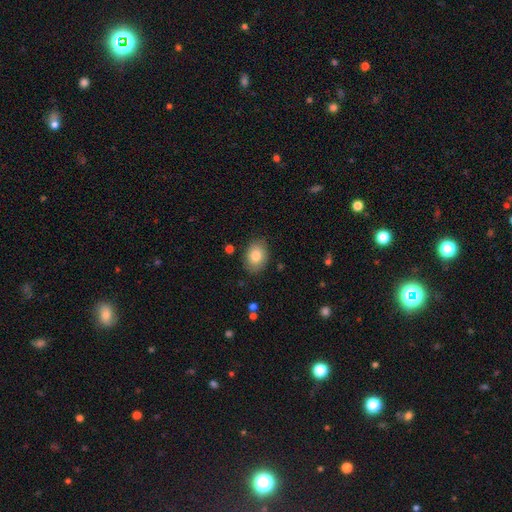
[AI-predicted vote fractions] Morphology: type=smooth (82%); roundness=in between (75%); merging=none (83%).